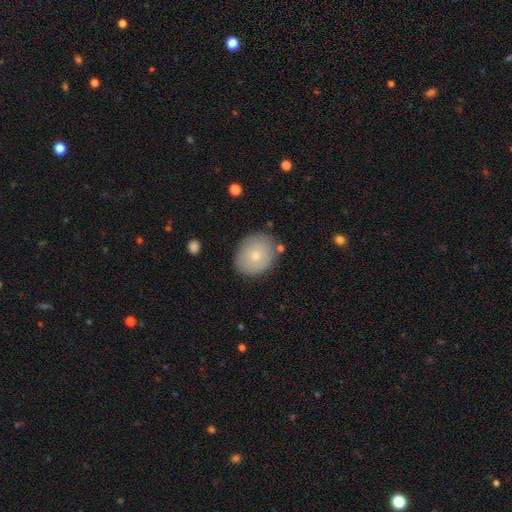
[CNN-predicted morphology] Smooth or featured: smooth — 71% (featured or disk — 22%)
How rounded: round — 63% (in between — 36%)
Merging: none — 80% (minor disturbance — 14%)